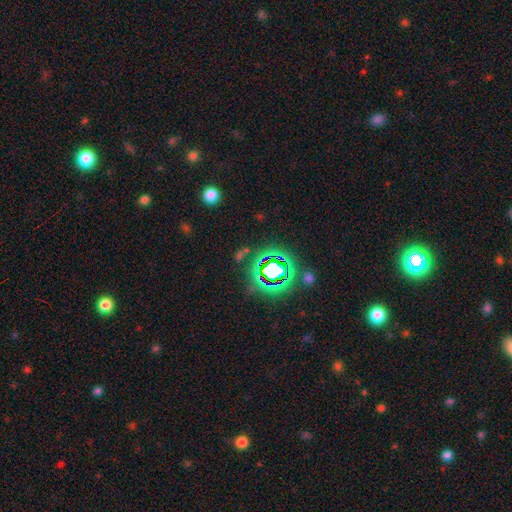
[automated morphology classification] Smooth or featured?
  - star or artifact: 78% *
  - smooth: 14%
  - featured or disk: 9%